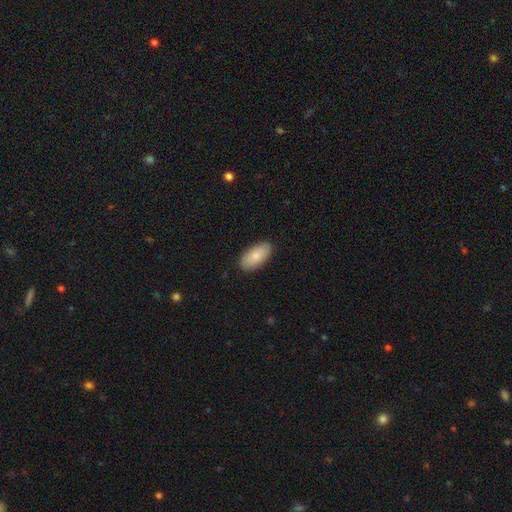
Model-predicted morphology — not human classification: A smooth galaxy with no disk features (82%) that is in between round and cigar-shaped (94%).

Vote fractions:
- Smooth or featured? smooth: 82% / featured or disk: 12% / star or artifact: 6%
- How rounded? in between: 94% / cigar-shaped: 4% / round: 2%
- Merging? none: 87% / minor disturbance: 10% / major disturbance: 2% / merger: 1%